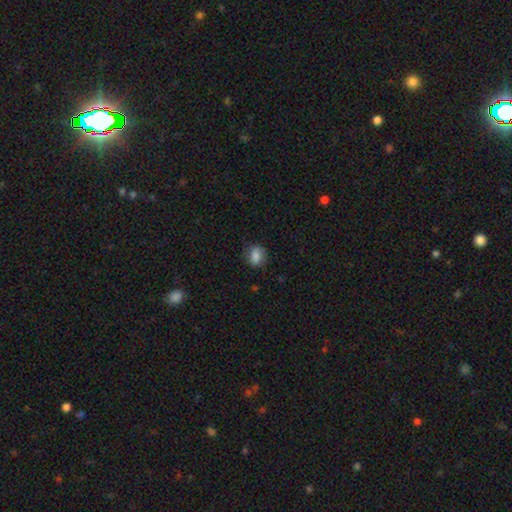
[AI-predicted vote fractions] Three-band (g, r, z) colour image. It shows a smooth galaxy with no disk features (81%) that is in between round and cigar-shaped (51%). Merging: none (77%).